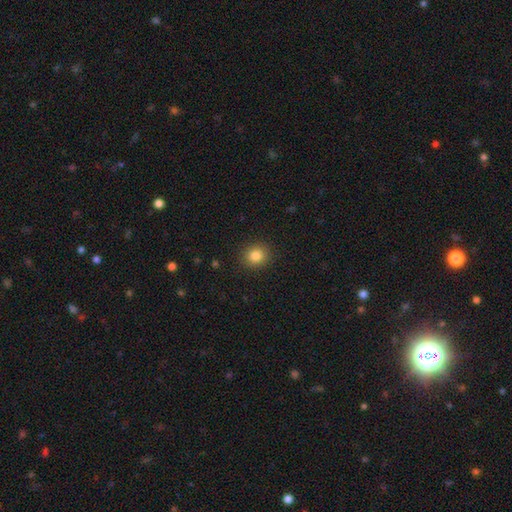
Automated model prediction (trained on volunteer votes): A smooth galaxy with no disk features (84%) that is round (81%). Merging: none (90%).